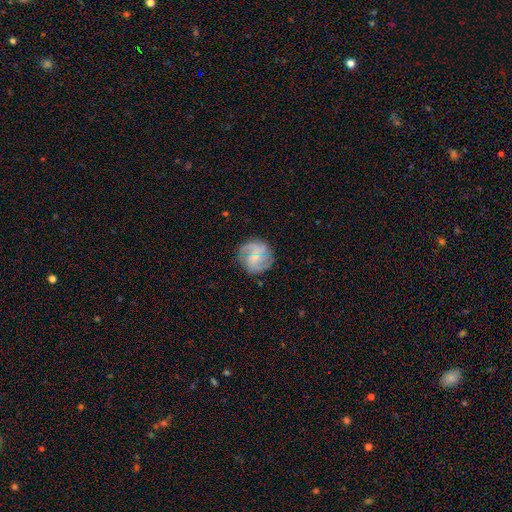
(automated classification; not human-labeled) The model was most divided on "spiral arm count" (2-way tie): 2: 27%, 3: 27%, can't tell: 24%, 4: 10%, 1: 6%, more than 4: 6%. Remaining: edge-on disk — no (98%); spiral arms — yes (93%); merging — none (78%); bulge size — small (73%); smooth or featured — featured or disk (70%); bar — no (59%); spiral winding — medium (42%).